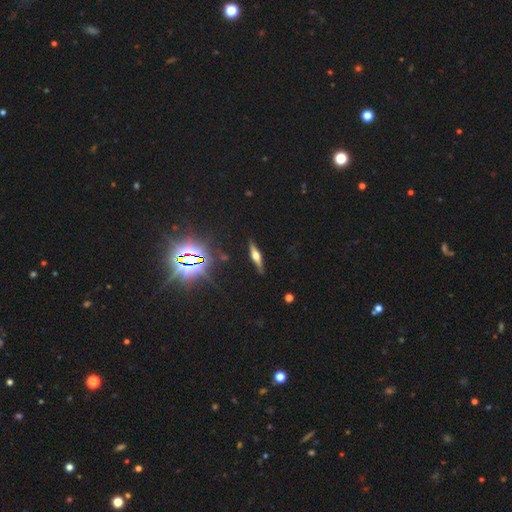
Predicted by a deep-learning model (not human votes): featured or disk 64%, smooth 22%, star or artifact 14%. Down the decision tree: edge-on disk — yes (96%); edge-on bulge — rounded (89%); merging — none (86%).